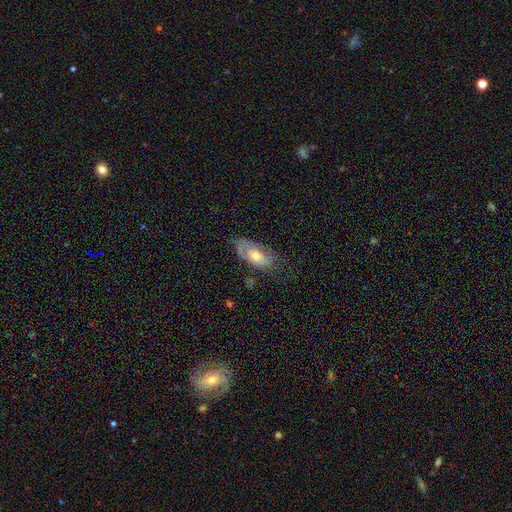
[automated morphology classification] This is possibly a featured or disk galaxy (51%). It is clearly not viewed edge-on (87%). Merging: possibly none (53%).